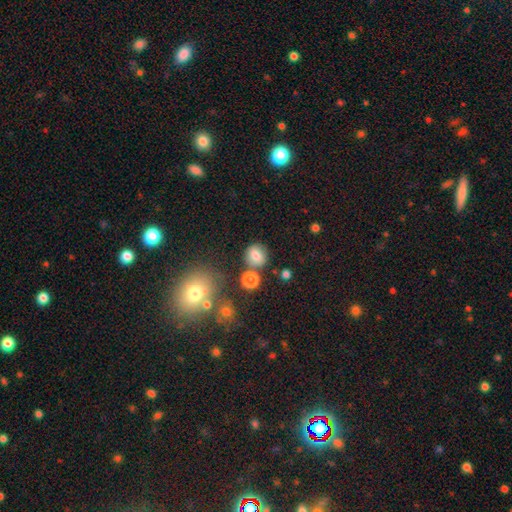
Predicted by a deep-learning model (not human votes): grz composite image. It shows a smooth galaxy with no disk features (78%) that is round (75%). Merging: none (76%).